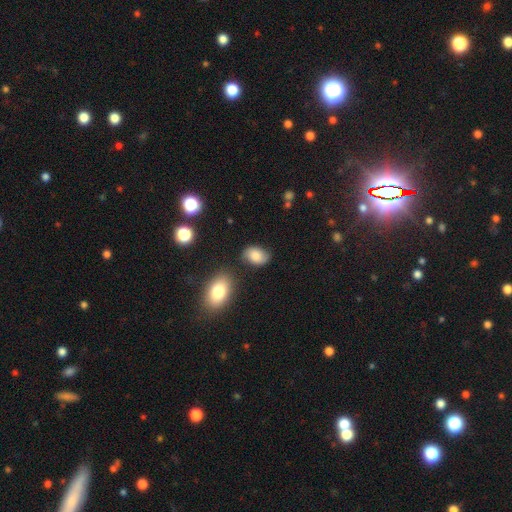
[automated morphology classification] Q: Smooth or featured?
A: smooth (78%); runner-up: featured or disk (13%)
Q: How rounded?
A: in between (86%); runner-up: round (13%)
Q: Merging?
A: none (73%); runner-up: minor disturbance (18%)